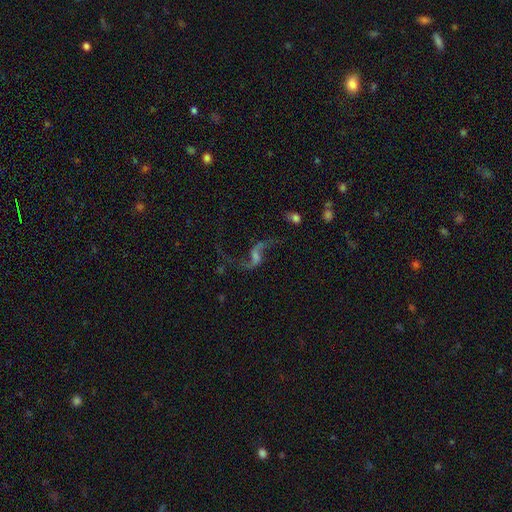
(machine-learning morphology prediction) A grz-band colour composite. It shows a featured or disk galaxy (83%) with a weak bar (45%), 2 (92%) loose (91%) spiral arms (94%) and a small central bulge (44%). Merging: none (66%).